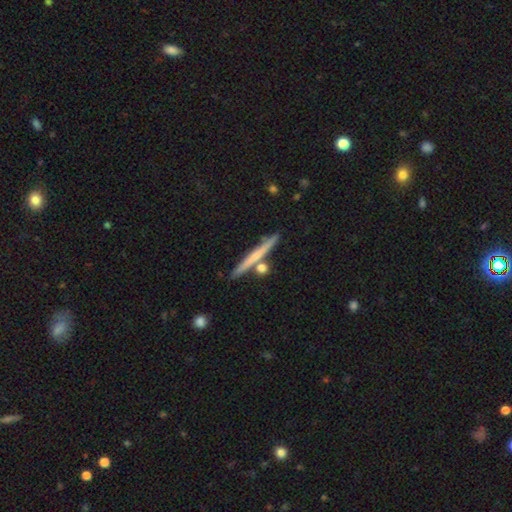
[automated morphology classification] A smooth galaxy with no disk features (48%). Merging: none (79%).